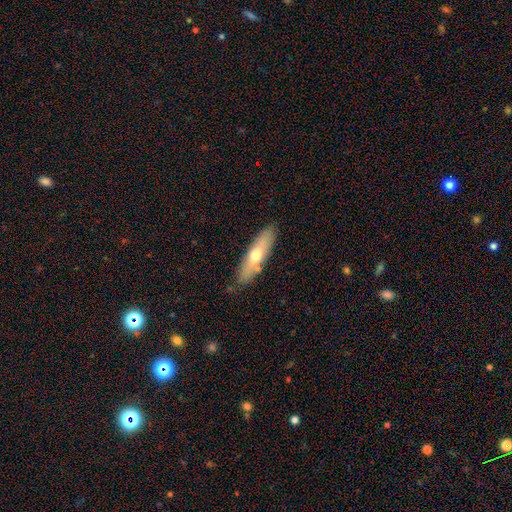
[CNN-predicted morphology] smooth_or_featured: smooth (p=0.53) [alt: featured or disk p=0.41]
how_rounded: cigar-shaped (p=0.63) [alt: in between p=0.35]
merging: none (p=0.84) [alt: minor disturbance p=0.11]